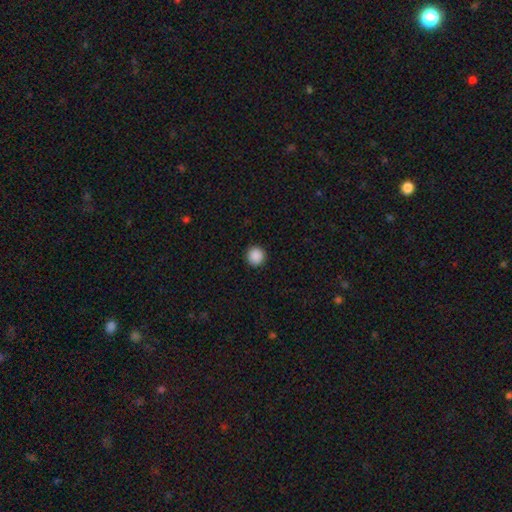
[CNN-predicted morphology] Smooth or featured? Predicted: smooth (p=0.89). How rounded? Predicted: round (p=0.96). Merging? Predicted: none (p=0.93).